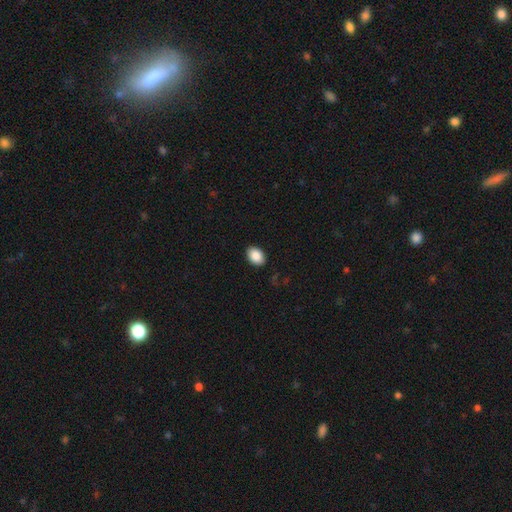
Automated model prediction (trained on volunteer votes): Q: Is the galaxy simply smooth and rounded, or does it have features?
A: smooth — 89%.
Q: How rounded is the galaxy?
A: in between — 81%.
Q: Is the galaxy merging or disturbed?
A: none — 90%.